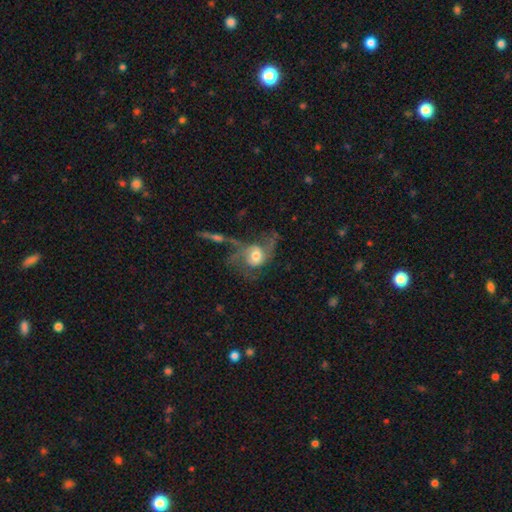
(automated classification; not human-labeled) Overall: featured or disk (64%; smooth 28%). Edge-on disk: no (96%). Bar: no (65%; weak 29%). Spiral arms: yes (81%). Bulge size: moderate (61%; large 23%). Merging: major disturbance (37%; none 26%).